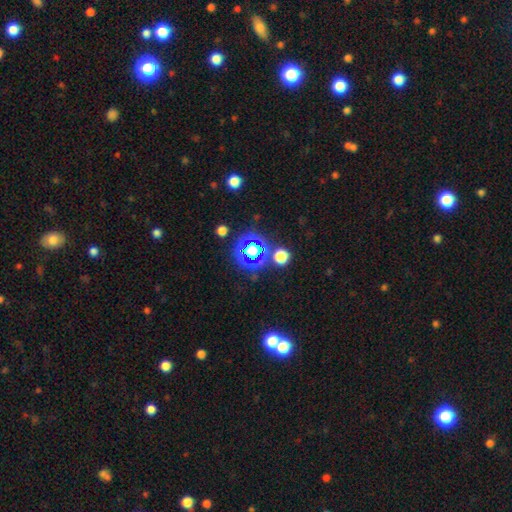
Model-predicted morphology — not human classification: This appears to be a star or artifact, not a galaxy (76%).